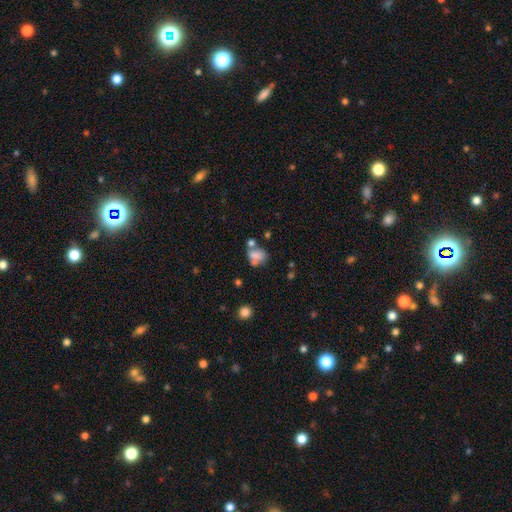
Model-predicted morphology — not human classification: Overall: smooth (68%). How rounded: in between (63%; round 35%). Merging: merger (35%; none 33%).